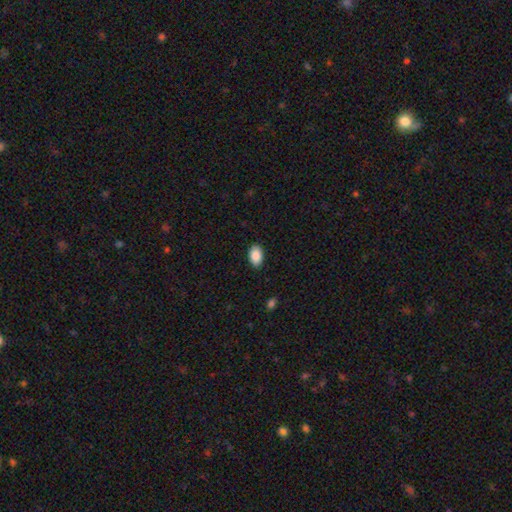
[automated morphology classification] Q: Smooth or featured?
A: smooth (89%); runner-up: star or artifact (7%)
Q: How rounded?
A: in between (90%); runner-up: round (8%)
Q: Merging?
A: none (89%); runner-up: minor disturbance (8%)